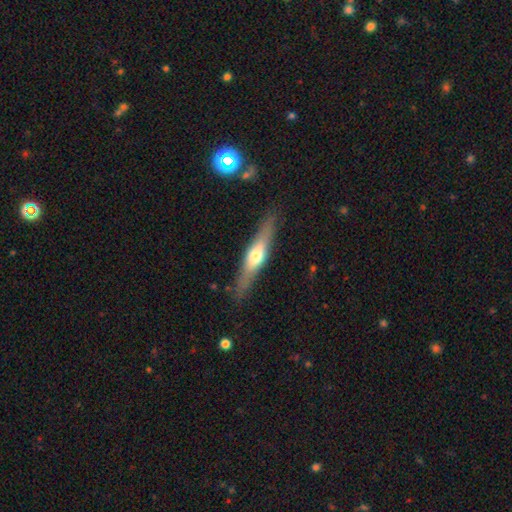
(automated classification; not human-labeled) Overall: featured or disk (54%; smooth 40%). Edge-on disk: yes (90%). Merging: none (86%).